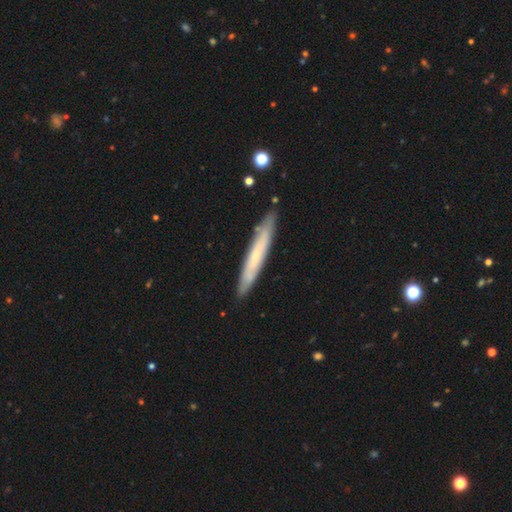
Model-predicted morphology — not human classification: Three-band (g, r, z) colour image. It shows a featured or disk galaxy (48%). Merging: none (87%).